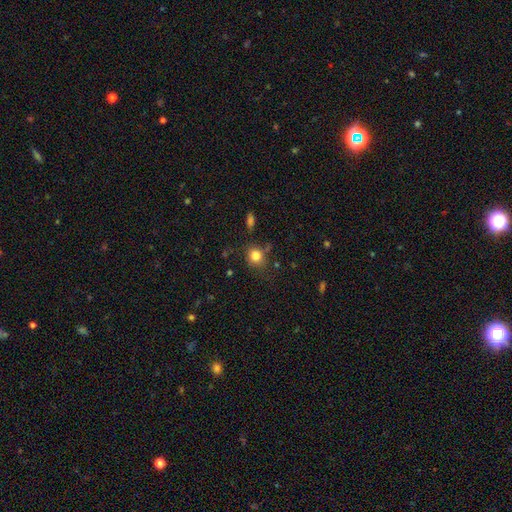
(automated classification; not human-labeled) Smooth or featured: smooth — 82% (star or artifact — 11%)
How rounded: round — 75% (in between — 24%)
Merging: none — 74% (minor disturbance — 16%)